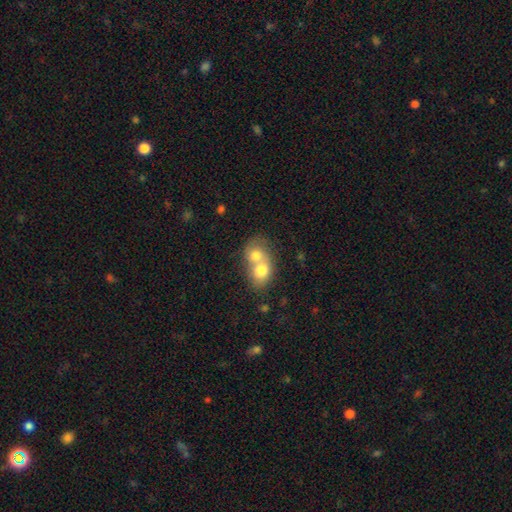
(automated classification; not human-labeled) Smooth or featured? Predicted: smooth (p=0.71). How rounded? Predicted: round (p=0.55). Merging? Predicted: merger (p=0.78).